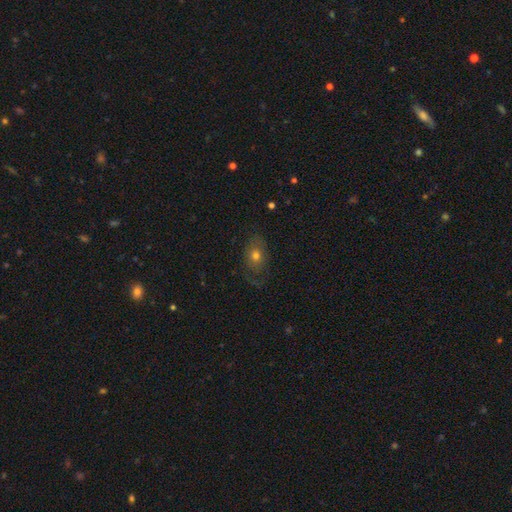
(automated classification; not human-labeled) smooth 56%, featured or disk 31%, star or artifact 13%. Down the decision tree: how rounded — in between (69%); merging — none (62%).